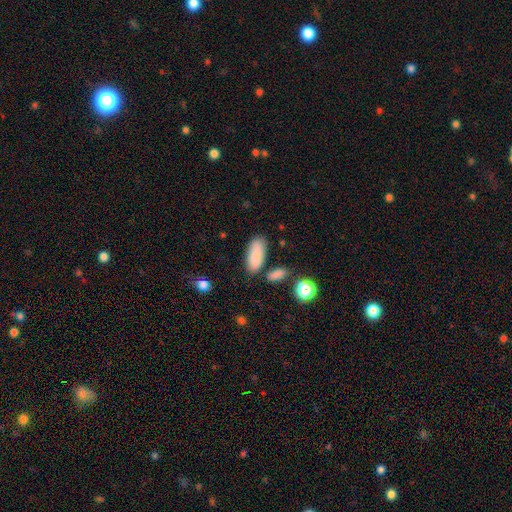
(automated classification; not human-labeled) A smooth galaxy with no disk features (86%) that is in between round and cigar-shaped (84%).

Vote fractions:
- Smooth or featured? smooth: 86% / star or artifact: 8% / featured or disk: 6%
- How rounded? in between: 84% / cigar-shaped: 14% / round: 3%
- Merging? none: 78% / minor disturbance: 12% / merger: 7% / major disturbance: 3%